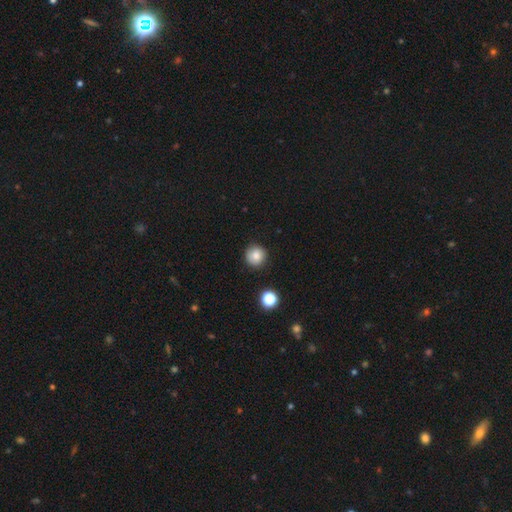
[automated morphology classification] A smooth galaxy with no disk features (83%) that is round (93%).

Vote fractions:
- Smooth or featured? smooth: 83% / star or artifact: 11% / featured or disk: 6%
- How rounded? round: 93% / in between: 6% / cigar-shaped: 1%
- Merging? none: 87% / minor disturbance: 9% / major disturbance: 2% / merger: 2%